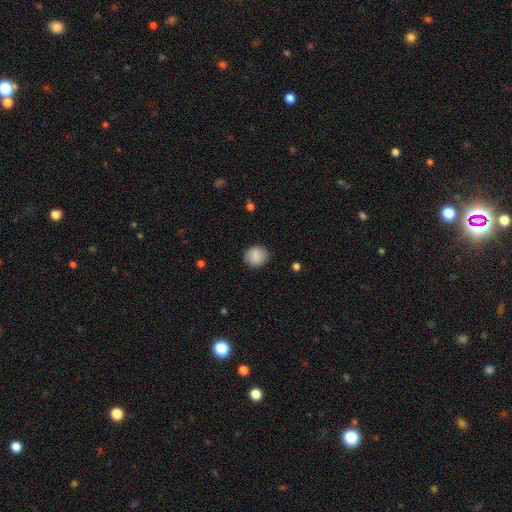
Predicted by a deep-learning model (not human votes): Smooth or featured? Predicted: smooth (p=0.86). How rounded? Predicted: round (p=0.74). Merging? Predicted: none (p=0.86).